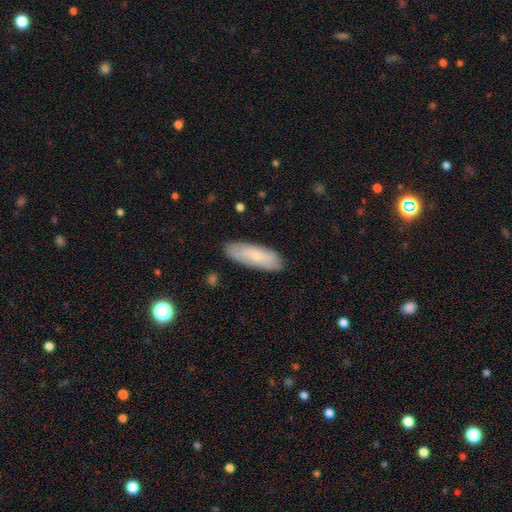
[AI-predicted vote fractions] Overall: smooth (71%). How rounded: in between (59%; cigar-shaped 40%). Merging: none (85%).